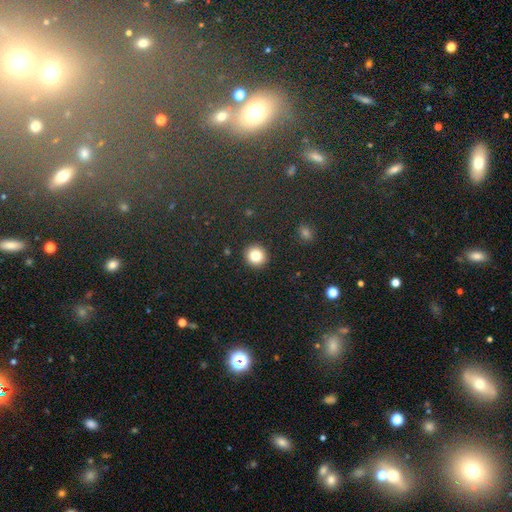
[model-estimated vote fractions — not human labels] smooth_or_featured: smooth (p=0.82) [alt: star or artifact p=0.11]
how_rounded: round (p=0.93) [alt: in between p=0.06]
merging: none (p=0.92) [alt: minor disturbance p=0.05]